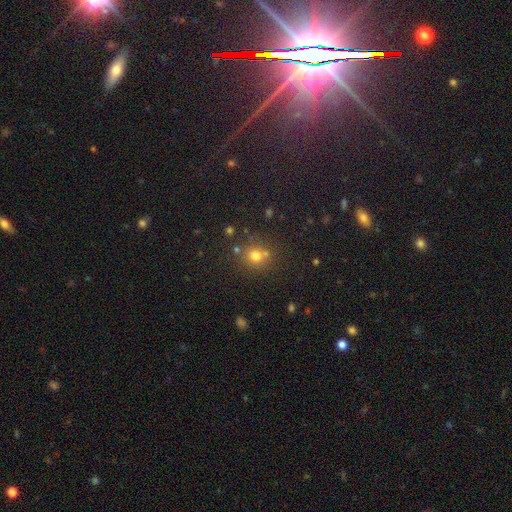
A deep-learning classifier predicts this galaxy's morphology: Q: Smooth or featured?
A: smooth (70%); runner-up: star or artifact (21%)
Q: How rounded?
A: round (86%); runner-up: in between (14%)
Q: Merging?
A: none (67%); runner-up: merger (19%)